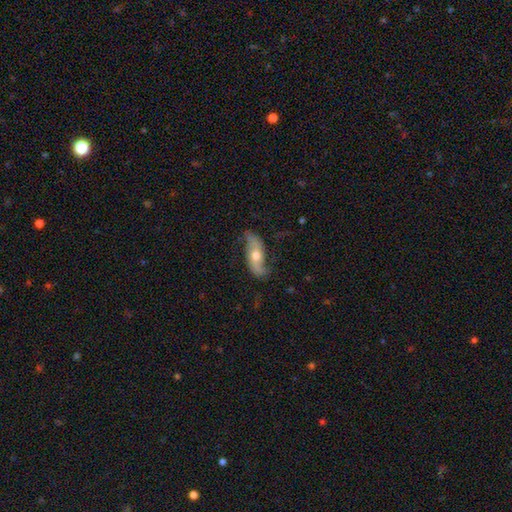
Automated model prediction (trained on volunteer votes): Smooth or featured: featured or disk — 70% (smooth — 23%)
Edge-on disk: no — 83% (yes — 17%)
Bar: no — 64% (weak — 24%)
Spiral arms: yes — 89% (no — 11%)
Spiral winding: loose — 76% (medium — 18%)
Spiral arm count: 2 — 91% (can't tell — 4%)
Bulge size: moderate — 70% (small — 16%)
Merging: none — 69% (minor disturbance — 21%)